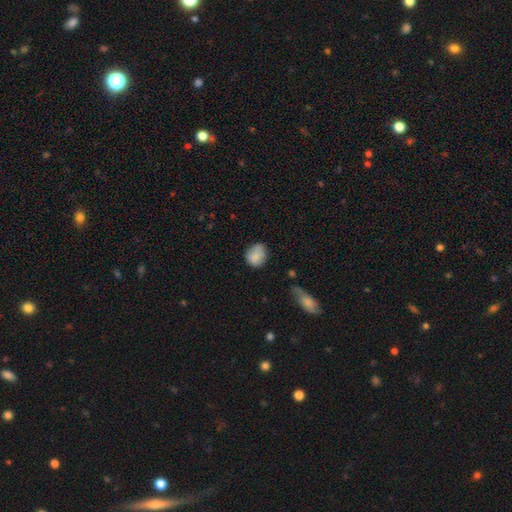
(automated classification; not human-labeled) This appears to be a smooth galaxy with no disk features (82%) that is round (69%). Merging: none (62%).